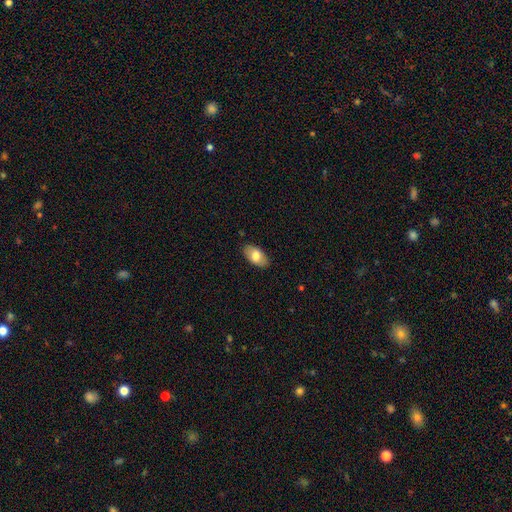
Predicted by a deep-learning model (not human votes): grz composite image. It shows a smooth galaxy with no disk features (75%) that is in between round and cigar-shaped (94%). Merging: none (87%).